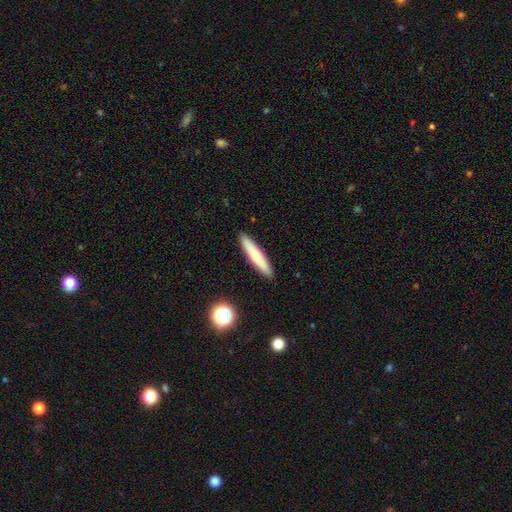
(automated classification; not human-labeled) Smooth or featured?
  - smooth: 69% *
  - featured or disk: 24%
  - star or artifact: 7%
How rounded?
  - cigar-shaped: 89% *
  - in between: 9%
  - round: 1%
Merging?
  - none: 91% *
  - minor disturbance: 7%
  - major disturbance: 1%
  - merger: 1%